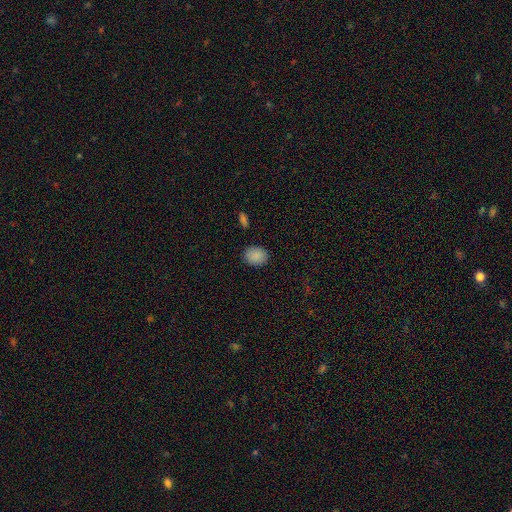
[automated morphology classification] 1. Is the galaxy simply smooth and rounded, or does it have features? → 88% smooth, 8% star or artifact, 4% featured or disk.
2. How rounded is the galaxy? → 51% round, 48% in between, 1% cigar-shaped.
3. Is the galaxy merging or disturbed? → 88% none, 8% minor disturbance, 2% major disturbance, 2% merger.